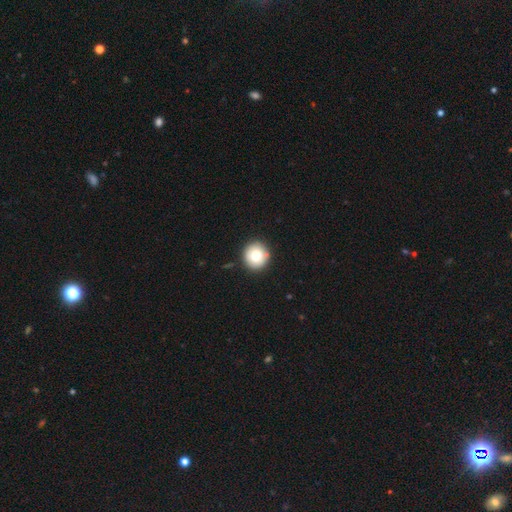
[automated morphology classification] This appears to be a smooth galaxy with no disk features (75%) that is round (94%). Merging: none (90%).